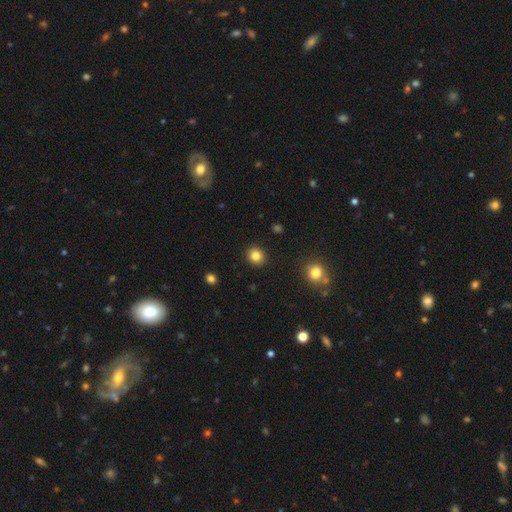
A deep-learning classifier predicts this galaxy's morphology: This is clearly a smooth galaxy (84%). How rounded: clearly round (84%). Merging: clearly none (91%).